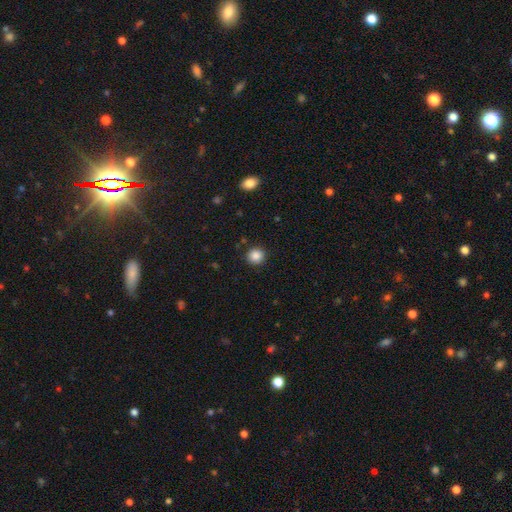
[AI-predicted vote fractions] This is clearly a smooth galaxy (86%). How rounded: clearly round (92%). Merging: clearly none (90%).